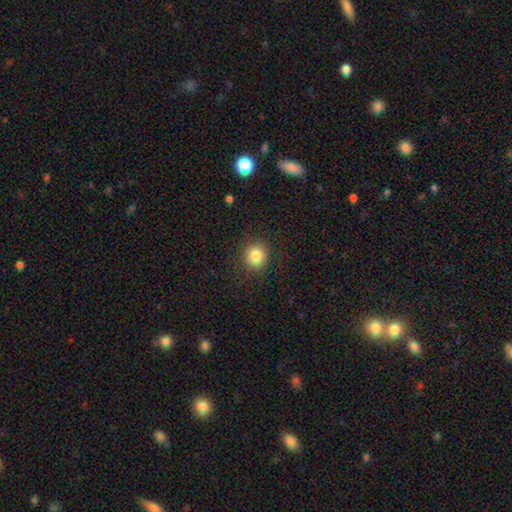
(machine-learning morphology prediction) smooth 83%, star or artifact 11%, featured or disk 6%. Down the decision tree: how rounded — round (86%); merging — none (89%).